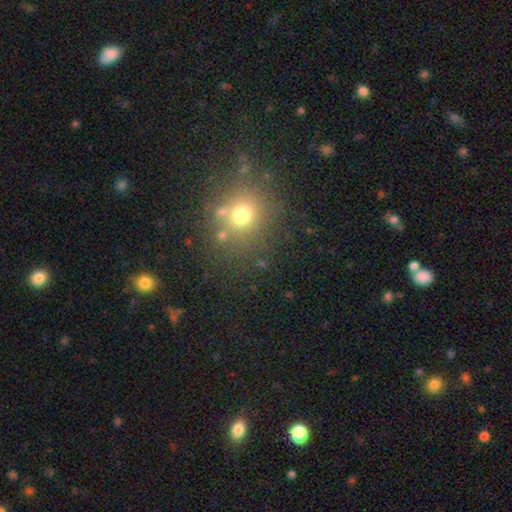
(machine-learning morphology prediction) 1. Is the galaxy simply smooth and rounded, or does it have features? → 62% smooth, 27% star or artifact, 11% featured or disk.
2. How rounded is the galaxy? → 84% round, 15% in between, 1% cigar-shaped.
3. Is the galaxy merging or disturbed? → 75% none, 11% merger, 10% minor disturbance, 4% major disturbance.